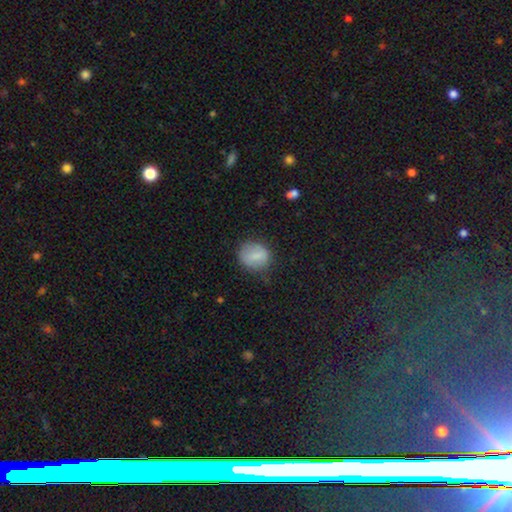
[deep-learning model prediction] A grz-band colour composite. It shows a smooth galaxy with no disk features (76%) that is round (71%). Merging: none (72%).